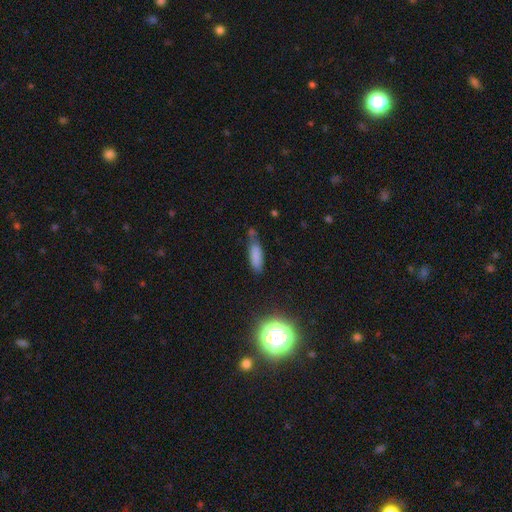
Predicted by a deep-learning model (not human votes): Smooth or featured? Predicted: smooth (p=0.78). How rounded? Predicted: in between (p=0.51). Merging? Predicted: none (p=0.48).